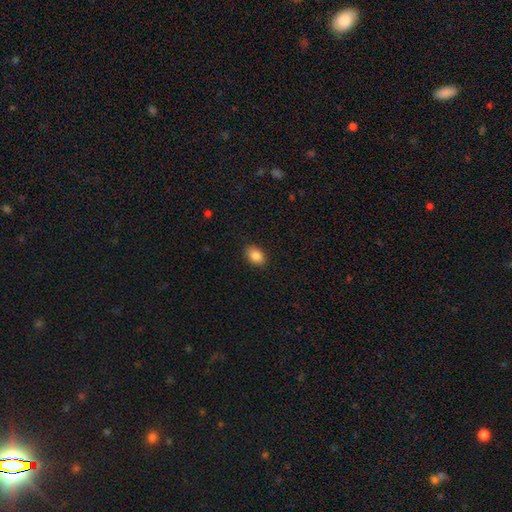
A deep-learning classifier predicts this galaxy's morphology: smooth_or_featured: smooth (p=0.87) [alt: star or artifact p=0.08]
how_rounded: in between (p=0.79) [alt: round p=0.20]
merging: none (p=0.87) [alt: minor disturbance p=0.09]